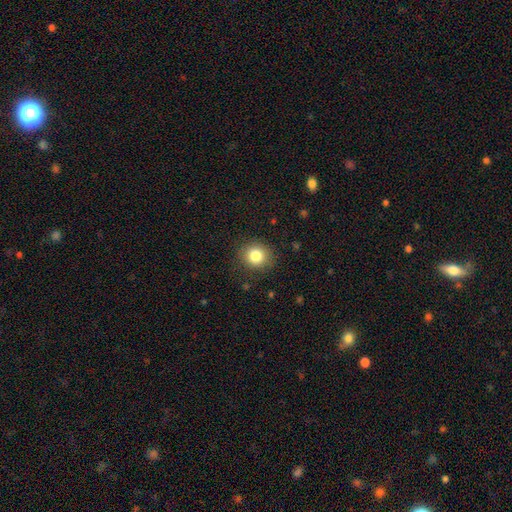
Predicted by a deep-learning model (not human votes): The model was most divided on "smooth or featured": smooth: 83%, star or artifact: 11%, featured or disk: 6%. More confident: merging — none (88%); how rounded — round (87%).